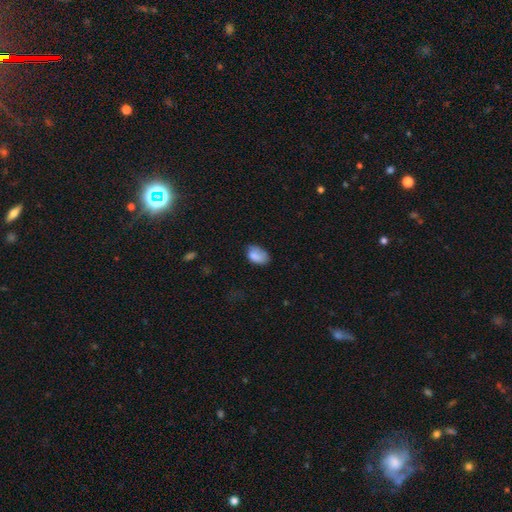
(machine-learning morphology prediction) Smooth or featured? smooth (82%)
How rounded? in between (90%)
Merging? none (54%)